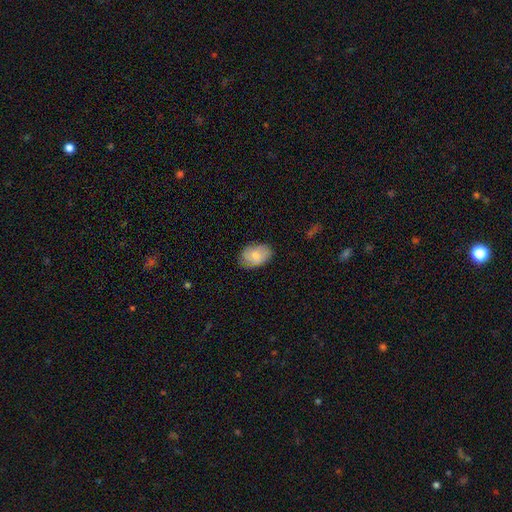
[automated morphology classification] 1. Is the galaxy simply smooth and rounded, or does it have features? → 78% smooth, 16% featured or disk, 7% star or artifact.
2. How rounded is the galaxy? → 86% in between, 13% round, 1% cigar-shaped.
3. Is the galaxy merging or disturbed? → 75% none, 20% minor disturbance, 4% major disturbance, 1% merger.